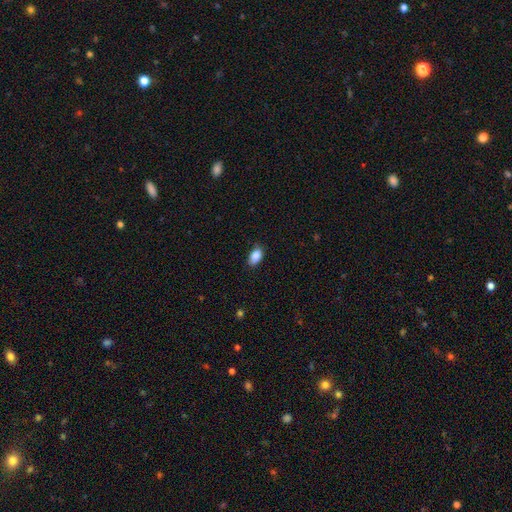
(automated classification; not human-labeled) smooth 87%, star or artifact 8%, featured or disk 5%. Down the decision tree: how rounded — in between (91%); merging — none (83%).